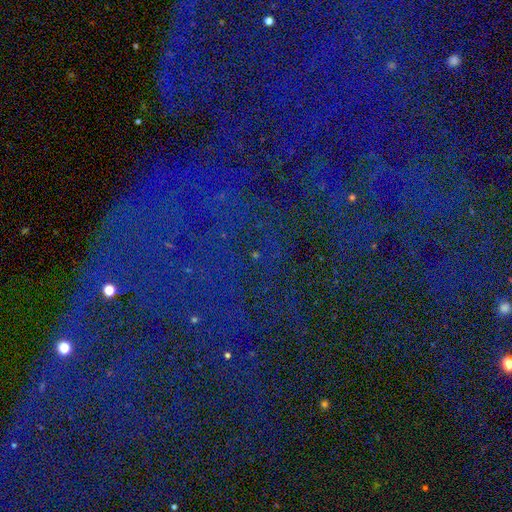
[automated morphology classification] Smooth or featured? Predicted: star or artifact (p=0.82).